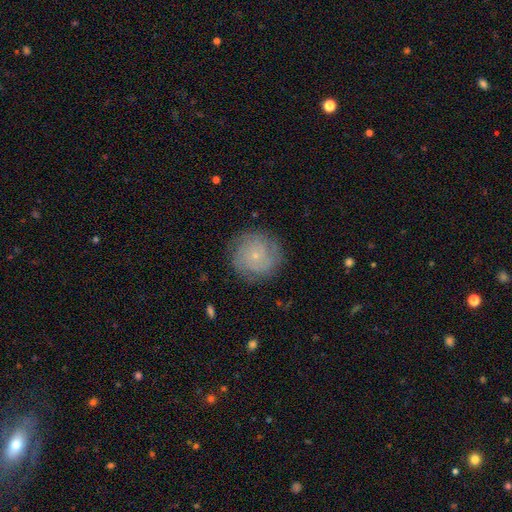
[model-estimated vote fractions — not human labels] A featured or disk galaxy (54%) with no bar (86%), spiral arms (82%) and a small central bulge (85%). Merging: none (82%).